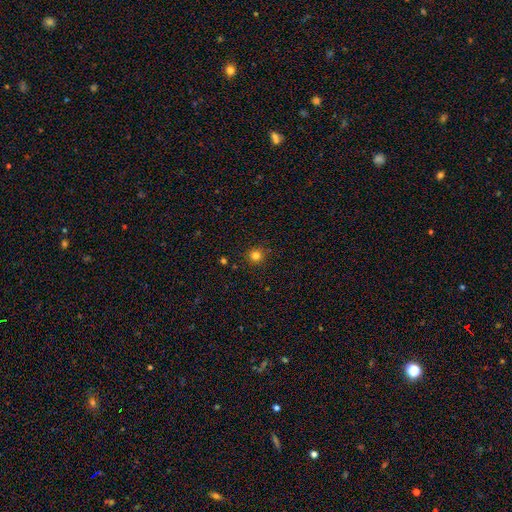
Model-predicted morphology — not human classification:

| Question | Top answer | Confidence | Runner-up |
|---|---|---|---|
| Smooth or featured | smooth | 81% | star or artifact (14%) |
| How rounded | round | 95% | in between (4%) |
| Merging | none | 91% | minor disturbance (6%) |